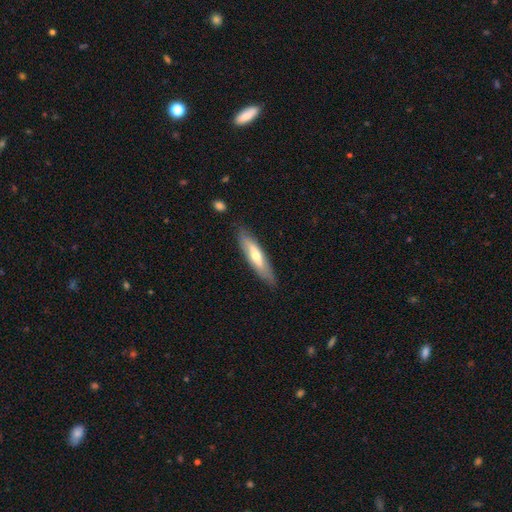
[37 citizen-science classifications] Smooth or featured: smooth — 54% (featured or disk — 41%)
How rounded: cigar-shaped — 60% (in between — 35%)
Merging: none — 74% (minor disturbance — 17%)